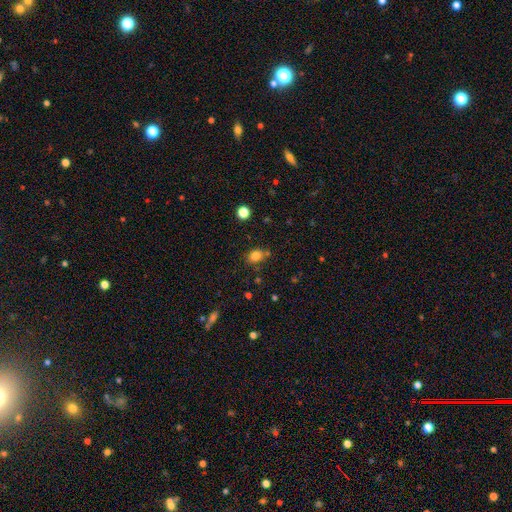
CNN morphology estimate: The model was most divided on "how rounded": in between: 57%, round: 42%, cigar-shaped: 1%. More confident: smooth or featured — smooth (82%); merging — none (71%).